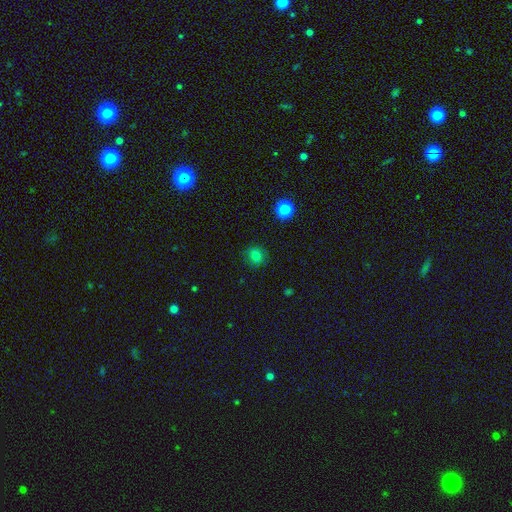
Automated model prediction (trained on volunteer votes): Overall: smooth (80%). How rounded: round (86%). Merging: none (85%).